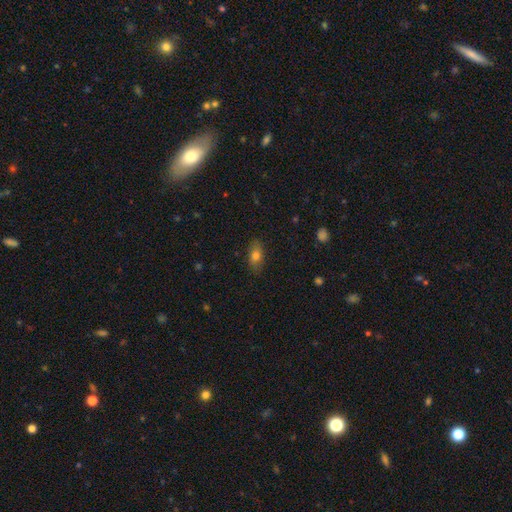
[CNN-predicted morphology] smooth 75%, featured or disk 15%, star or artifact 10%. Down the decision tree: how rounded — in between (85%); merging — none (84%).